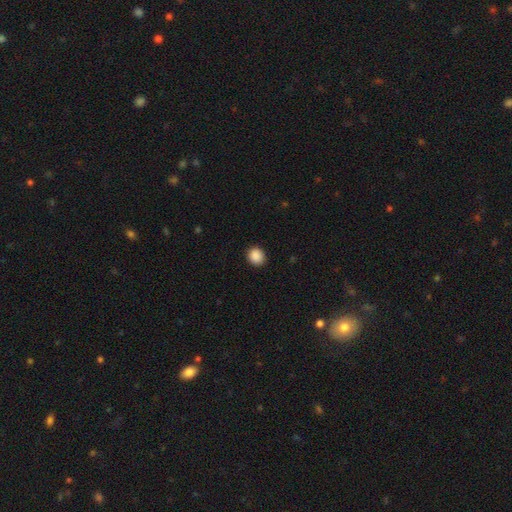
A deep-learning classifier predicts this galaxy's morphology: Smooth or featured? Predicted: smooth (p=0.89). How rounded? Predicted: round (p=0.78). Merging? Predicted: none (p=0.89).